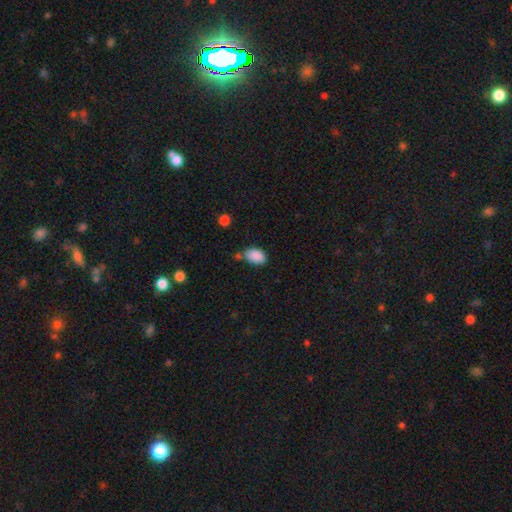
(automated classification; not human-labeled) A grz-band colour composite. It shows a smooth galaxy with no disk features (88%) that is in between round and cigar-shaped (89%). Merging: none (60%).